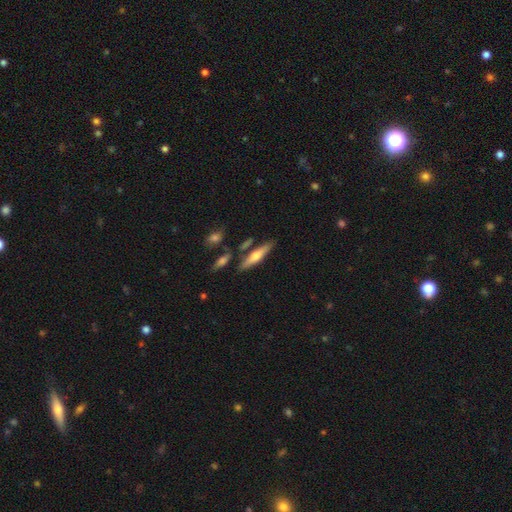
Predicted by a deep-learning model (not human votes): smooth 54%, featured or disk 40%, star or artifact 6%. Down the decision tree: how rounded — cigar-shaped (77%); merging — none (75%).